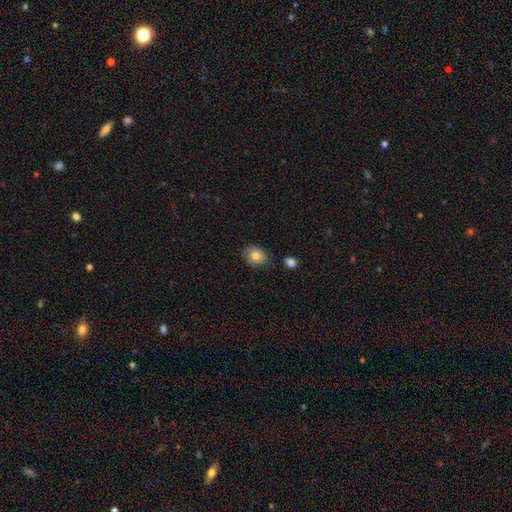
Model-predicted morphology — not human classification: A smooth galaxy with no disk features (82%) that is in between round and cigar-shaped (53%).

Vote fractions:
- Smooth or featured? smooth: 82% / featured or disk: 10% / star or artifact: 8%
- How rounded? in between: 53% / round: 46% / cigar-shaped: 1%
- Merging? none: 76% / minor disturbance: 17% / merger: 4% / major disturbance: 3%